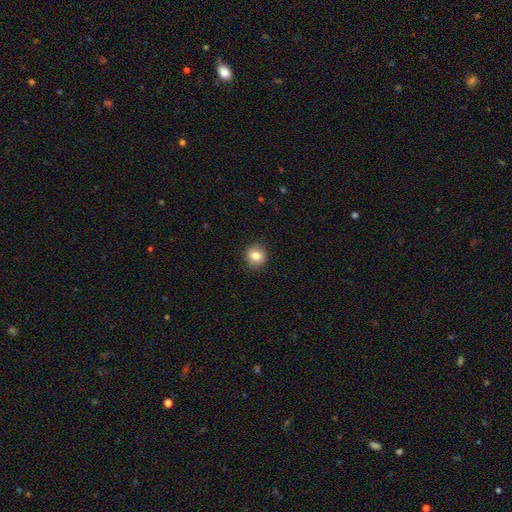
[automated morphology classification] The model was most divided on "smooth or featured": smooth: 83%, star or artifact: 9%, featured or disk: 8%. More confident: merging — none (91%); how rounded — round (91%).